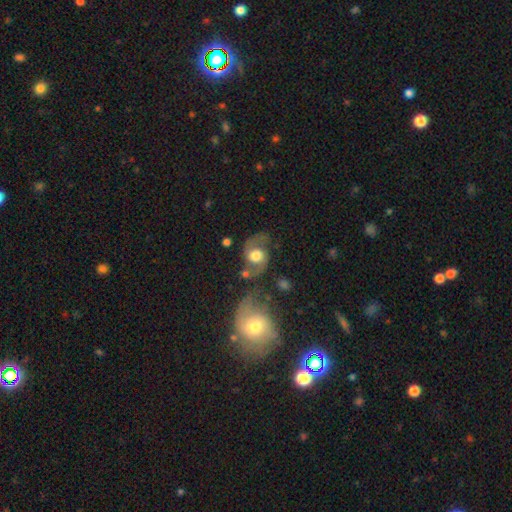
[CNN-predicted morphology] Smooth or featured: featured or disk — 71% (smooth — 22%)
Edge-on disk: no — 97% (yes — 3%)
Bar: no — 65% (weak — 28%)
Spiral arms: yes — 86% (no — 14%)
Spiral winding: medium — 45% (loose — 44%)
Spiral arm count: 2 — 92% (can't tell — 3%)
Bulge size: large — 46% (moderate — 42%)
Merging: none — 57% (minor disturbance — 18%)